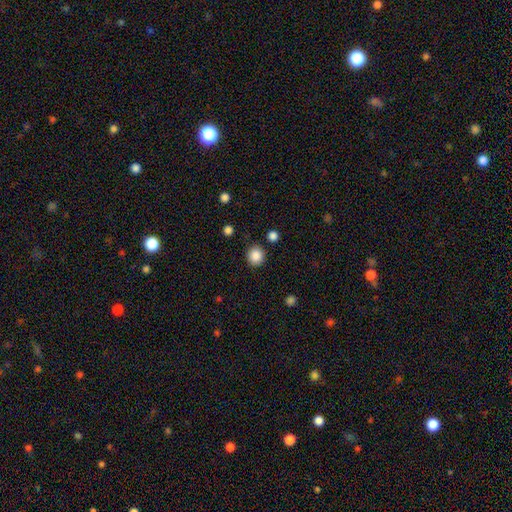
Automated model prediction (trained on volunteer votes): The model was most divided on "smooth or featured": smooth: 87%, star or artifact: 10%, featured or disk: 3%. More confident: how rounded — round (89%); merging — none (87%).